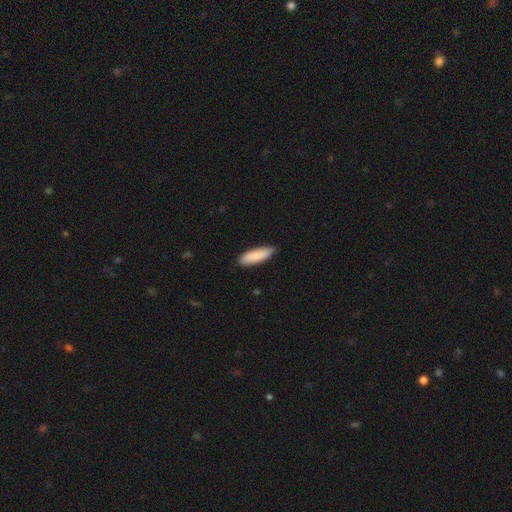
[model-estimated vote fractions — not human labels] smooth-or-featured: smooth: 87% | featured or disk: 8% | star or artifact: 5%
  how-rounded: in between: 54% | cigar-shaped: 45% | round: 2%
  merging: none: 86% | minor disturbance: 12% | major disturbance: 2% | merger: 1%